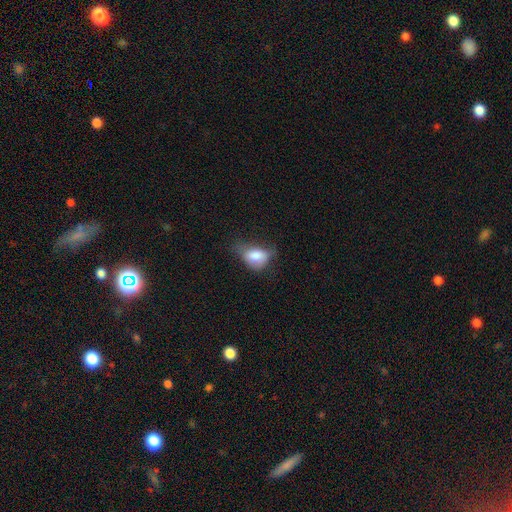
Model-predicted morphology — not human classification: A smooth galaxy with no disk features (76%) that is in between round and cigar-shaped (82%). Merging: minor disturbance (40%).